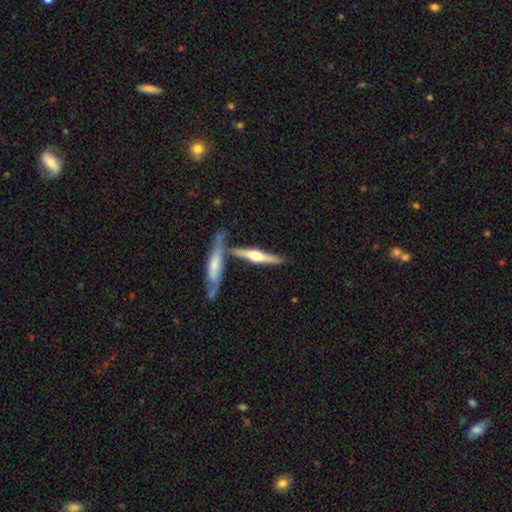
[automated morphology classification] Smooth or featured? featured or disk (70%)
Edge-on disk? yes (96%)
Edge-on bulge? rounded (92%)
Merging? none (66%)